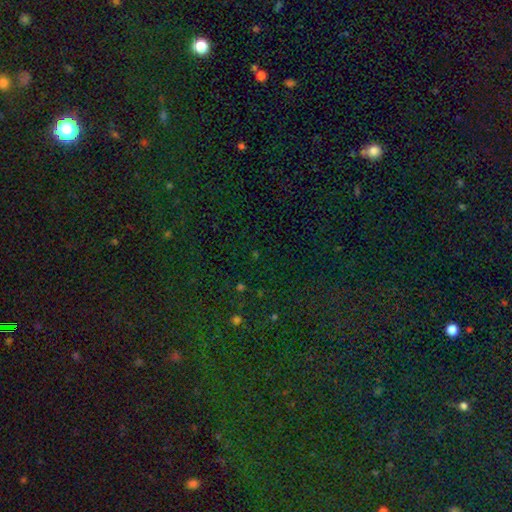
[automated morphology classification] This is likely a star or artifact rather than a galaxy (79%).